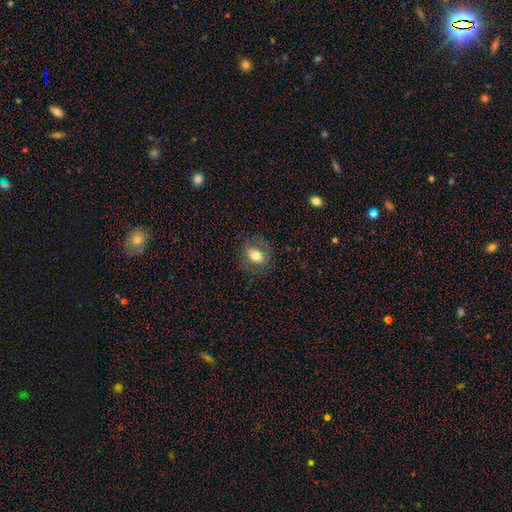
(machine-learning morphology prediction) Smooth or featured: smooth — 67% (featured or disk — 24%)
How rounded: in between — 75% (round — 21%)
Merging: none — 79% (minor disturbance — 14%)